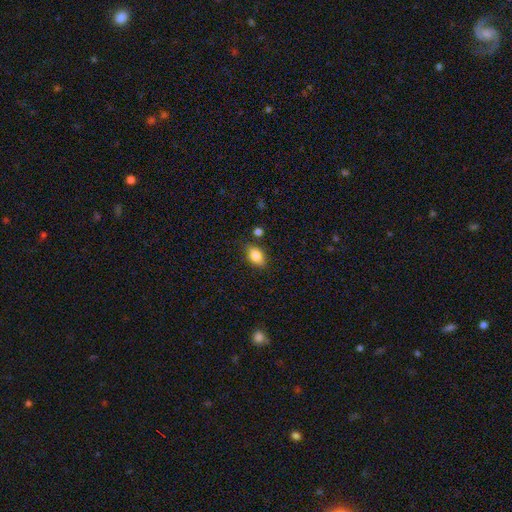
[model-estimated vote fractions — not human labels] The model was most divided on "merging": none: 77%, minor disturbance: 16%, merger: 4%, major disturbance: 3%. More confident: smooth or featured — smooth (83%); how rounded — in between (82%).